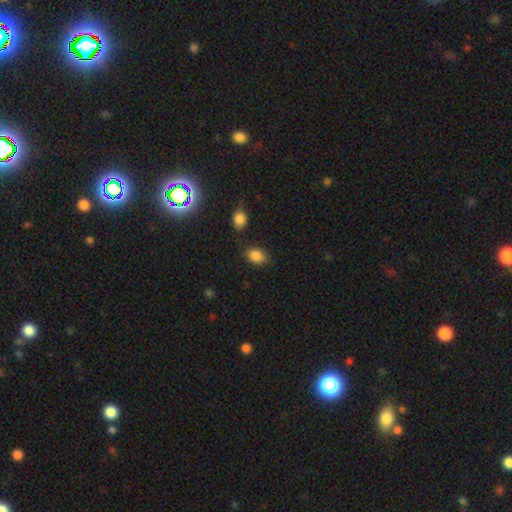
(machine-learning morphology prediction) Overall: smooth (86%). How rounded: in between (76%). Merging: none (77%).